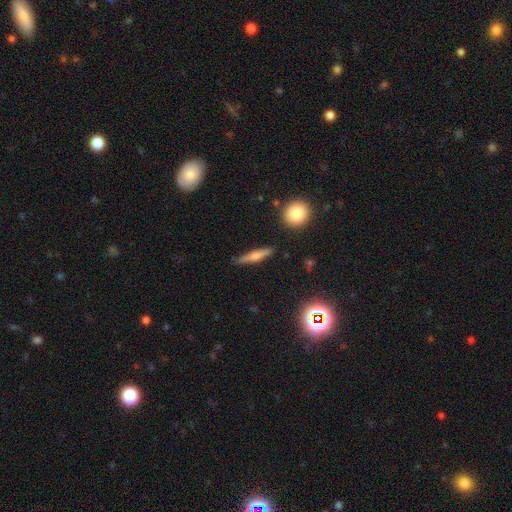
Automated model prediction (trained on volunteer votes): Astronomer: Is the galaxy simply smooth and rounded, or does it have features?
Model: featured or disk — 51% (runner-up: smooth, 41%).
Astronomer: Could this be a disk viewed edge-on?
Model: yes — 95%.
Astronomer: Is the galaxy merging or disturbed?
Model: none — 88%.